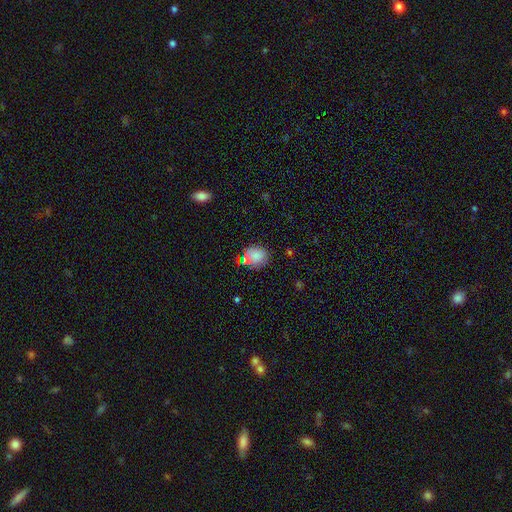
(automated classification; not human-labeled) Smooth or featured? smooth (79%)
How rounded? round (64%)
Merging? none (71%)